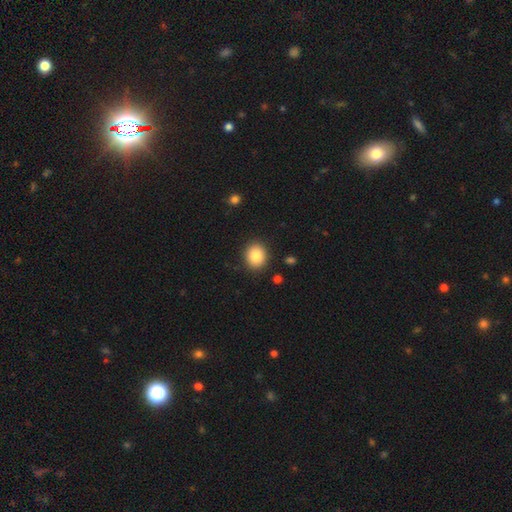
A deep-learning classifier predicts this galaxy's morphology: Smooth or featured: smooth — 85% (star or artifact — 8%)
How rounded: round — 64% (in between — 35%)
Merging: none — 89% (minor disturbance — 7%)